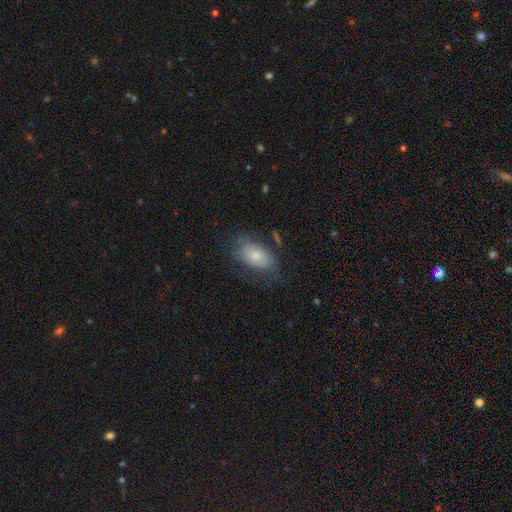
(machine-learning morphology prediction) A smooth galaxy with no disk features (70%) that is in between round and cigar-shaped (91%). Merging: none (56%).